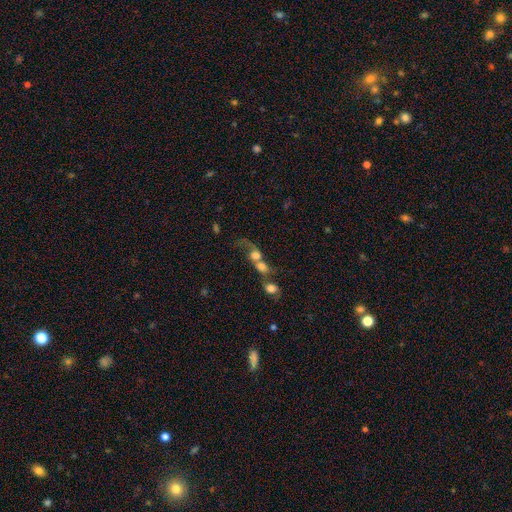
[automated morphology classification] Q: Smooth or featured?
A: smooth (59%); runner-up: featured or disk (28%)
Q: How rounded?
A: round (59%); runner-up: in between (37%)
Q: Merging?
A: merger (75%); runner-up: major disturbance (11%)